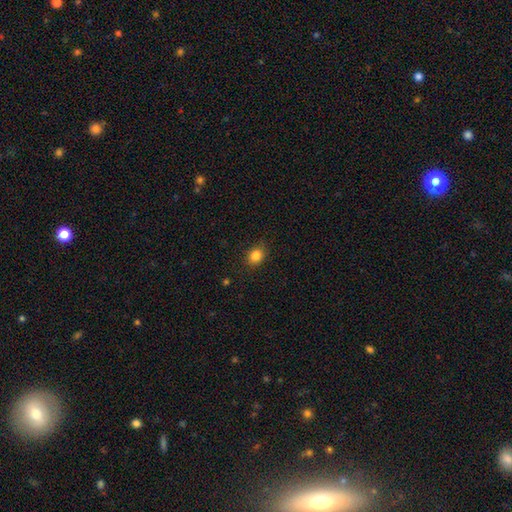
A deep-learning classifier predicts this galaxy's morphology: This appears to be a smooth galaxy with no disk features (84%) that is round (60%). Merging: none (86%).